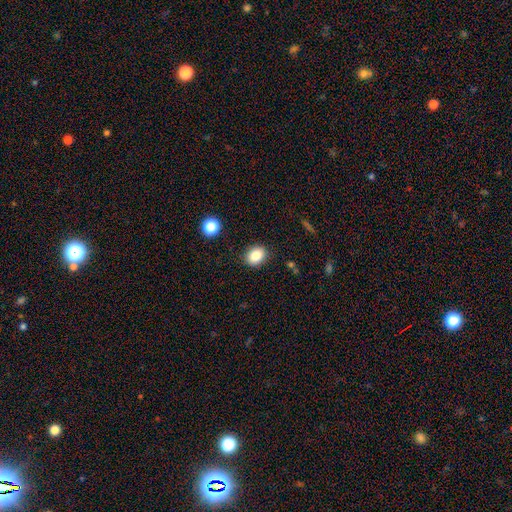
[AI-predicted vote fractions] smooth-or-featured: smooth: 84% | star or artifact: 10% | featured or disk: 6%
  how-rounded: in between: 50% | round: 49% | cigar-shaped: 1%
  merging: none: 88% | minor disturbance: 8% | major disturbance: 2% | merger: 2%